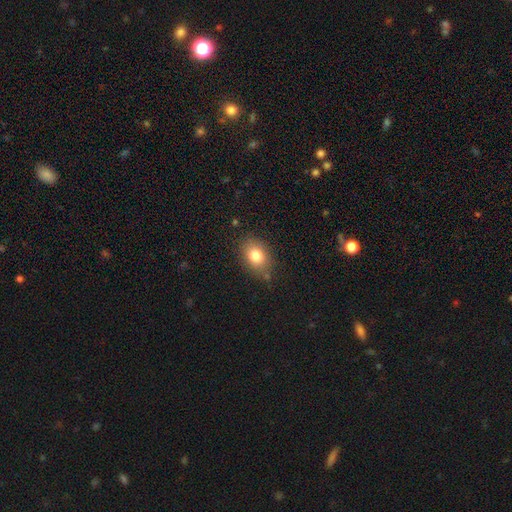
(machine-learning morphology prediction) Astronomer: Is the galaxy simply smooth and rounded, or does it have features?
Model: smooth — 80%.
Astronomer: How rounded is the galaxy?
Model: in between — 73%.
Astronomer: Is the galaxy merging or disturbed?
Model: none — 80%.